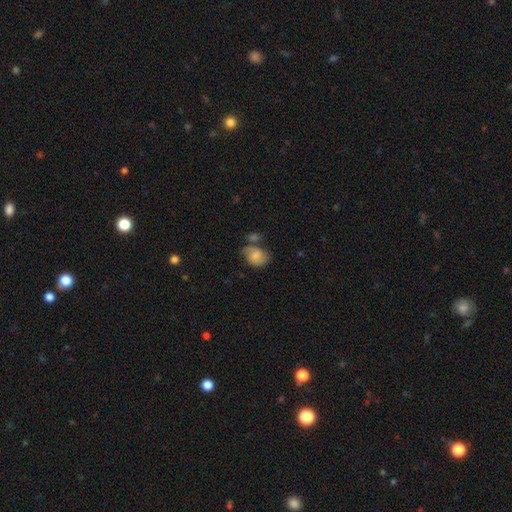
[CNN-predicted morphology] Smooth or featured?
  - smooth: 54% *
  - featured or disk: 37%
  - star or artifact: 9%
How rounded?
  - in between: 61% *
  - round: 38%
  - cigar-shaped: 1%
Merging?
  - none: 47% *
  - minor disturbance: 24%
  - merger: 20%
  - major disturbance: 10%